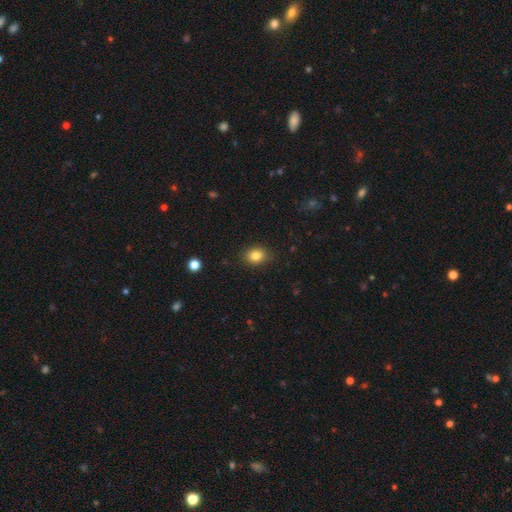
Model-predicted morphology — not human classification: A smooth galaxy with no disk features (84%) that is in between round and cigar-shaped (52%).

Vote fractions:
- Smooth or featured? smooth: 84% / star or artifact: 10% / featured or disk: 6%
- How rounded? in between: 52% / round: 47% / cigar-shaped: 1%
- Merging? none: 87% / minor disturbance: 10% / major disturbance: 2% / merger: 1%